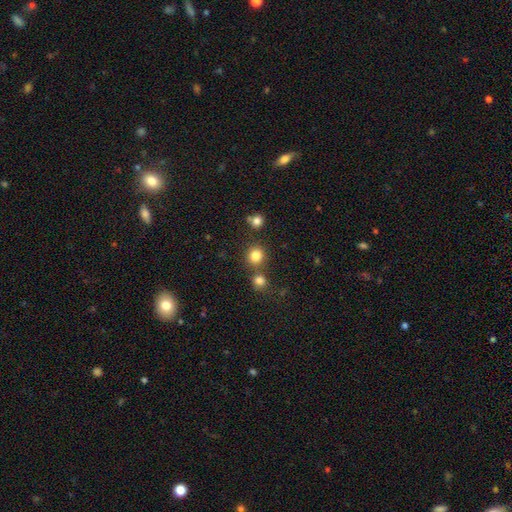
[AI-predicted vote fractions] A smooth galaxy with no disk features (82%) that is round (88%). Merging: none (74%).